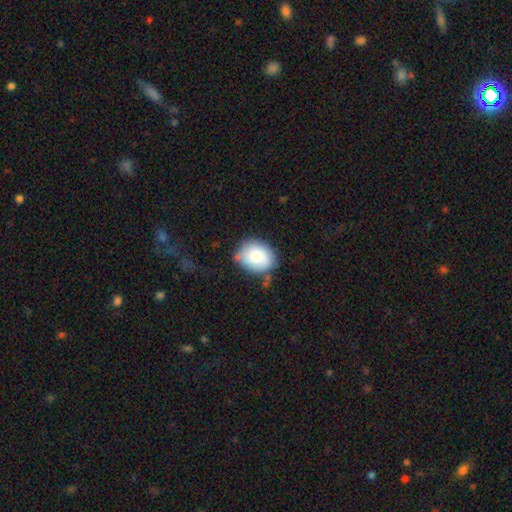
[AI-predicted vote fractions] smooth_or_featured: smooth (p=0.81) [alt: featured or disk p=0.12]
how_rounded: in between (p=0.54) [alt: round p=0.45]
merging: none (p=0.64) [alt: minor disturbance p=0.25]